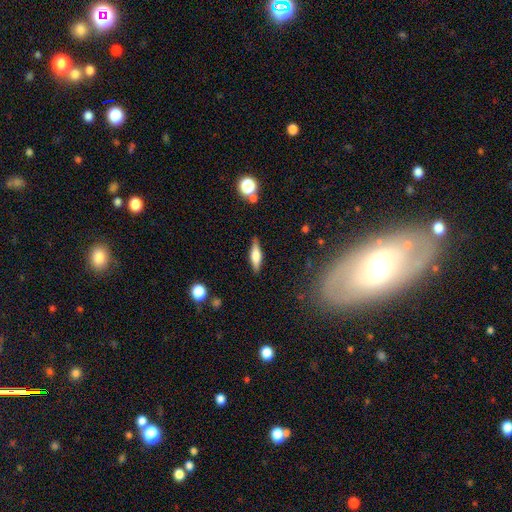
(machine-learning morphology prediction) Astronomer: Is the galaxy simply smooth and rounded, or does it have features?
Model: smooth — 54% (runner-up: featured or disk, 39%).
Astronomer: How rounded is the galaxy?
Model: cigar-shaped — 57% (runner-up: in between, 41%).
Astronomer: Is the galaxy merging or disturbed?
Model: none — 85%.